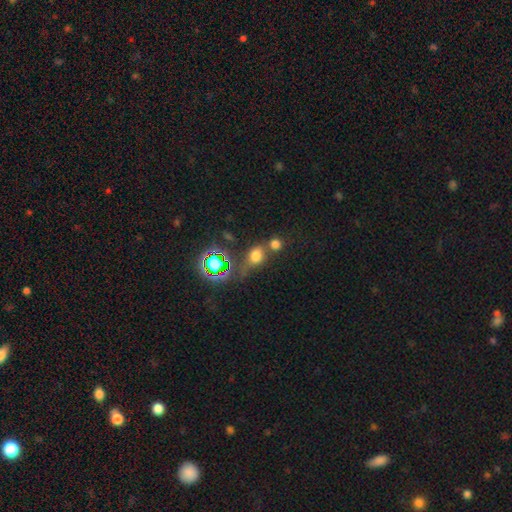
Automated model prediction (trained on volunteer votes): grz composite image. It shows a smooth galaxy with no disk features (66%) that is round (57%). Merging: none (48%).